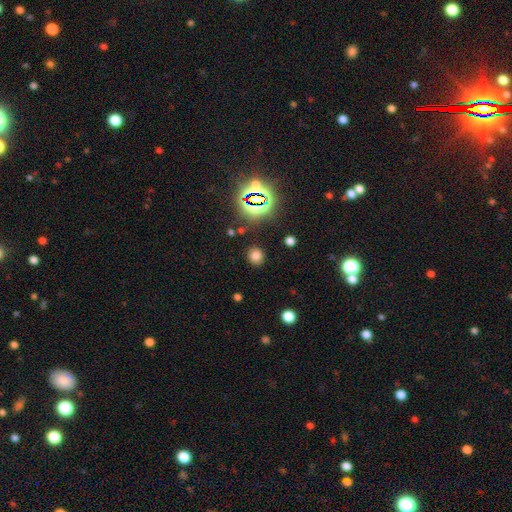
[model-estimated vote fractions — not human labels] Q: Smooth or featured?
A: smooth (70%); runner-up: star or artifact (24%)
Q: How rounded?
A: round (85%); runner-up: in between (14%)
Q: Merging?
A: none (87%); runner-up: minor disturbance (8%)